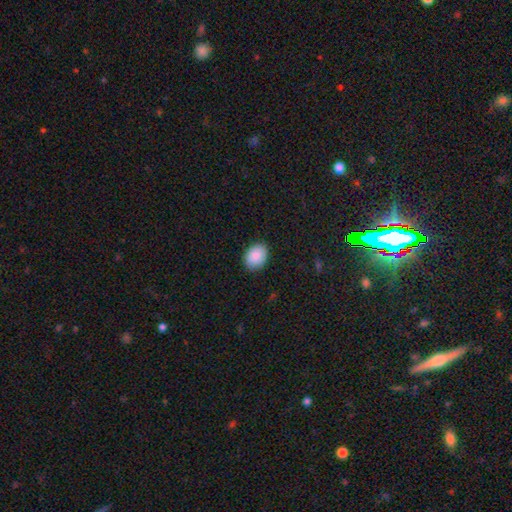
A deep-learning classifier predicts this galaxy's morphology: Overall: smooth (90%). How rounded: in between (69%; round 30%). Merging: none (88%).